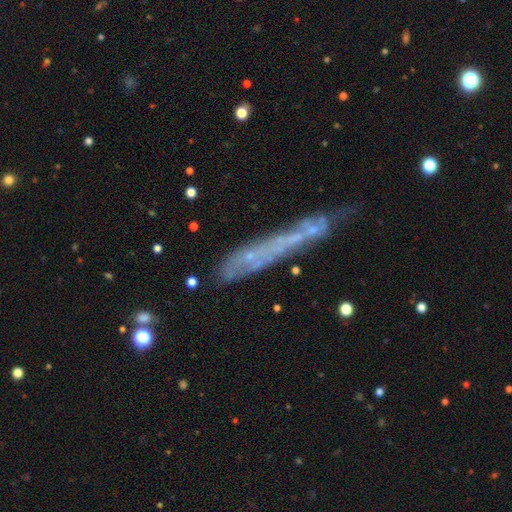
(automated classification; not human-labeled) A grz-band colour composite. It shows a featured or disk galaxy (53%) viewed edge-on (62%). Merging: none (51%).